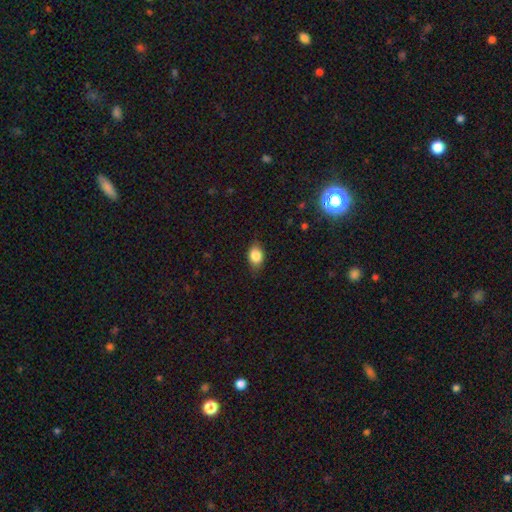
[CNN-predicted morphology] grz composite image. It shows a smooth galaxy with no disk features (84%) that is in between round and cigar-shaped (77%). Merging: none (80%).